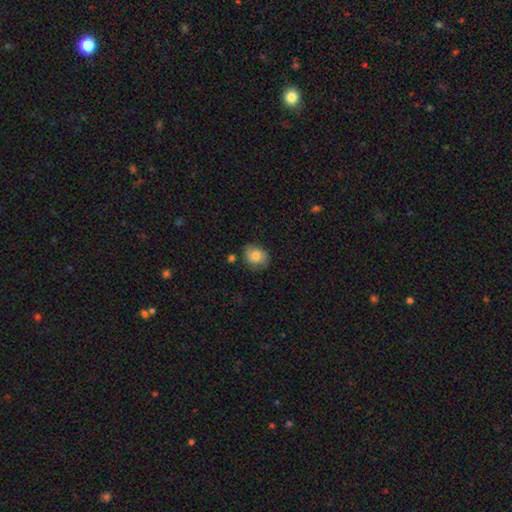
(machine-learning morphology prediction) Q: Smooth or featured?
A: smooth (77%); runner-up: featured or disk (15%)
Q: How rounded?
A: round (55%); runner-up: in between (44%)
Q: Merging?
A: none (74%); runner-up: minor disturbance (19%)